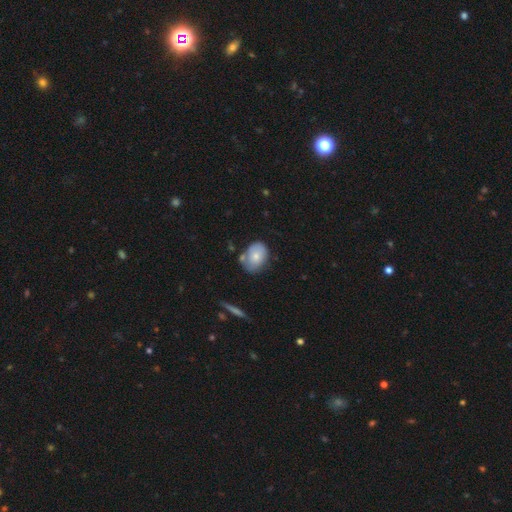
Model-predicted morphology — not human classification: Smooth or featured? smooth (69%)
How rounded? in between (67%)
Merging? none (58%)